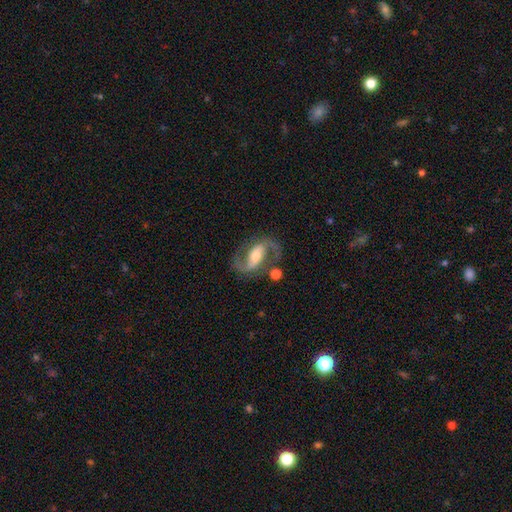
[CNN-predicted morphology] Smooth or featured?
  - featured or disk: 89% *
  - smooth: 6%
  - star or artifact: 5%
Edge-on disk?
  - no: 97% *
  - yes: 3%
Bar?
  - strong: 40% *
  - weak: 36%
  - no: 24%
Spiral arms?
  - yes: 97% *
  - no: 3%
Spiral winding?
  - medium: 53% *
  - loose: 35%
  - tight: 12%
Spiral arm count?
  - 2: 93% *
  - 1: 2%
  - can't tell: 2%
  - 3: 1%
  - 4: 1%
  - more than 4: 1%
Bulge size?
  - moderate: 57% *
  - small: 33%
  - large: 7%
  - none: 2%
  - dominant: 1%
Merging?
  - none: 75% *
  - minor disturbance: 13%
  - major disturbance: 7%
  - merger: 5%